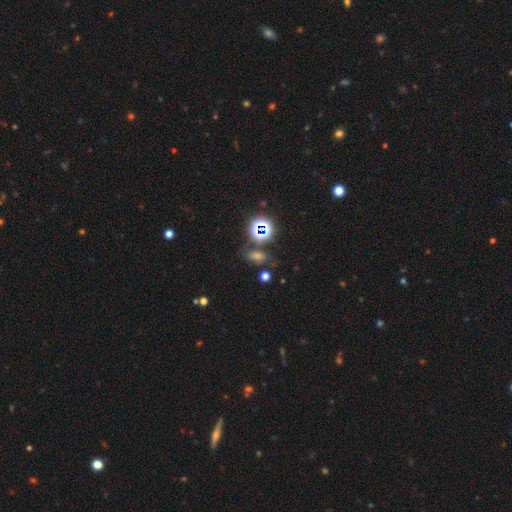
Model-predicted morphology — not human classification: Smooth or featured? Predicted: star or artifact (p=0.45).